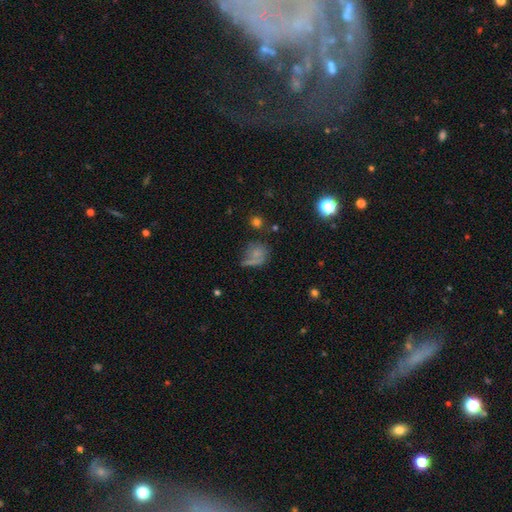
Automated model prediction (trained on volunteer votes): Morphology: type=smooth (59%); roundness=round (73%); merging=none (48%).